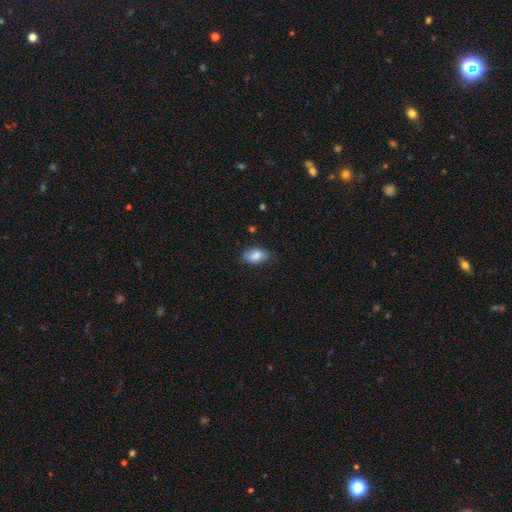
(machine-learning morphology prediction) The model was most divided on "merging": none: 74%, minor disturbance: 21%, major disturbance: 4%, merger: 1%. More confident: how rounded — in between (92%); smooth or featured — smooth (85%).